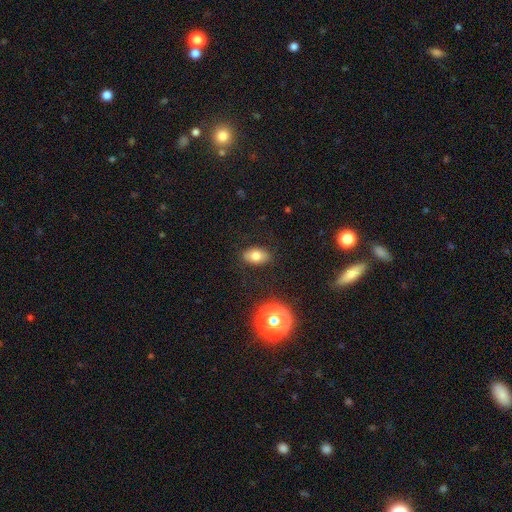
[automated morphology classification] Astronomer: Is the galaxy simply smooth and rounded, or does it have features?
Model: smooth — 76%.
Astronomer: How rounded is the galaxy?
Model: in between — 87%.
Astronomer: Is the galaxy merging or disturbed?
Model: none — 86%.